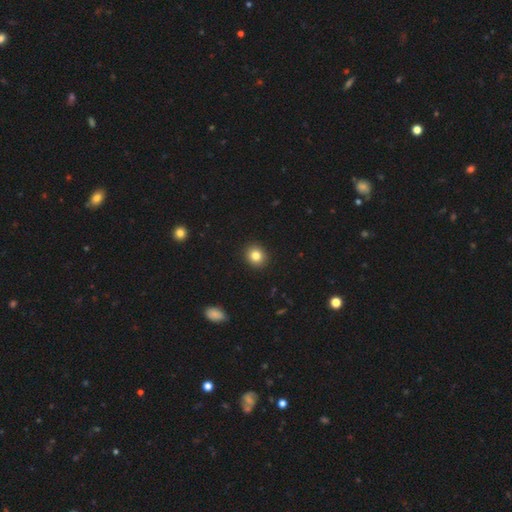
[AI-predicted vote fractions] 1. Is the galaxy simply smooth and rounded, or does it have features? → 83% smooth, 11% star or artifact, 7% featured or disk.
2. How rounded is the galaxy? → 78% round, 21% in between, 1% cigar-shaped.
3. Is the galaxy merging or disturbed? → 92% none, 5% minor disturbance, 2% major disturbance, 1% merger.